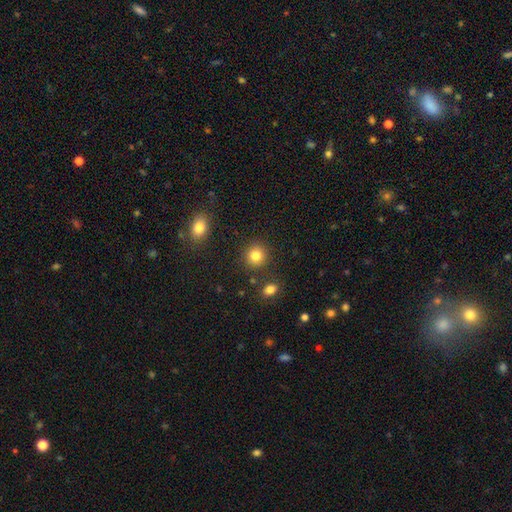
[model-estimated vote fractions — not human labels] Smooth or featured? Predicted: smooth (p=0.84). How rounded? Predicted: round (p=0.86). Merging? Predicted: none (p=0.87).